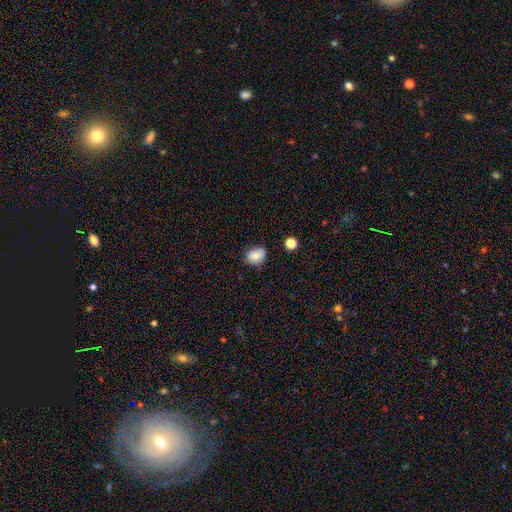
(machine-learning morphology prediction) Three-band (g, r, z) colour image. It shows a smooth galaxy with no disk features (81%) that is in between round and cigar-shaped (50%). Merging: none (72%).